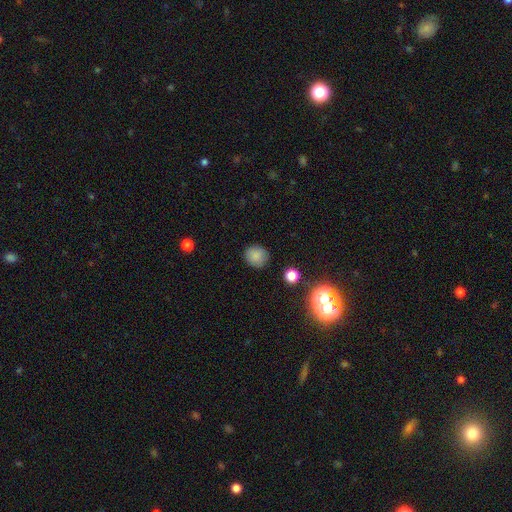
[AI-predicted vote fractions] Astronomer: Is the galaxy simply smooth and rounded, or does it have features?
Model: smooth — 83%.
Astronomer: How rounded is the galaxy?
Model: round — 88%.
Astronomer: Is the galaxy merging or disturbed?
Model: none — 88%.